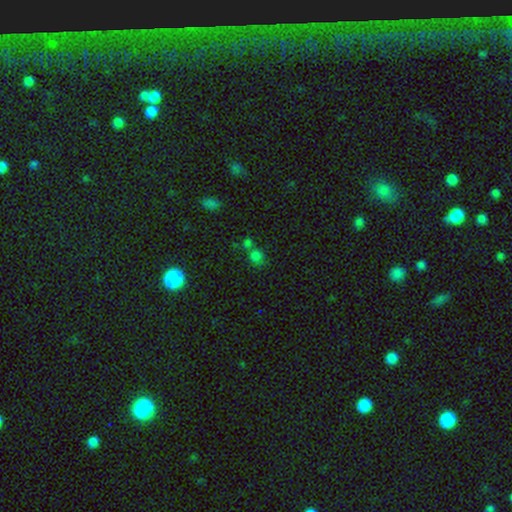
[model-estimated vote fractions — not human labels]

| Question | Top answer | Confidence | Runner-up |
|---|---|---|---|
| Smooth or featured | smooth | 64% | star or artifact (30%) |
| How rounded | round | 72% | in between (26%) |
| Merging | none | 49% | merger (34%) |